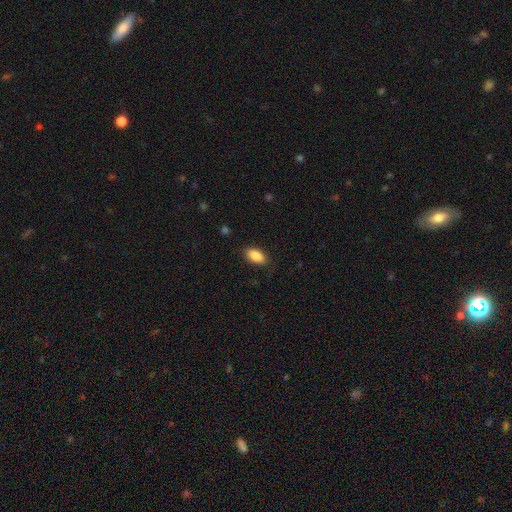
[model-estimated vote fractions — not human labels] Smooth or featured? Predicted: smooth (p=0.88). How rounded? Predicted: in between (p=0.92). Merging? Predicted: none (p=0.85).